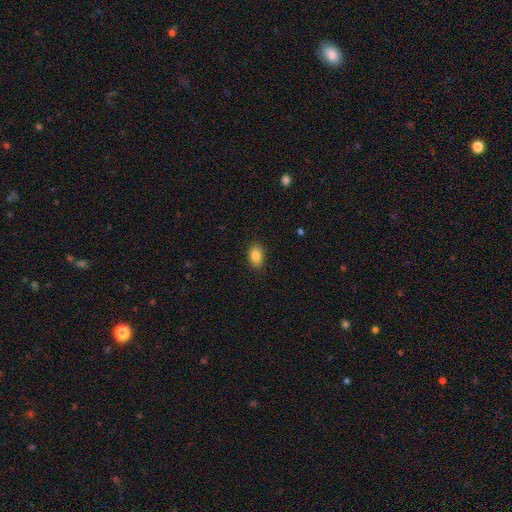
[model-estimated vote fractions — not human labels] This is clearly a smooth galaxy (86%). How rounded: clearly in between (84%). Merging: clearly none (87%).